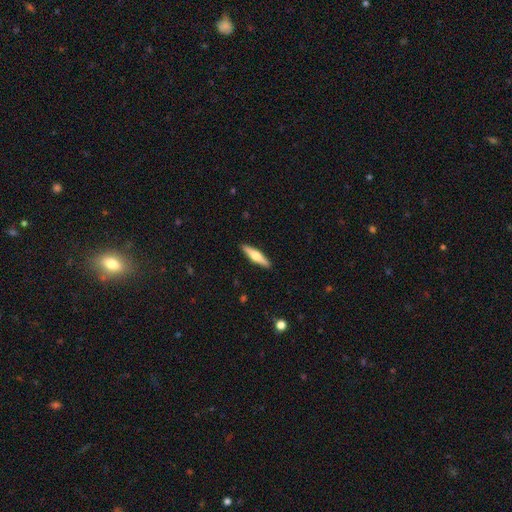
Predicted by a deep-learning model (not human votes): The model was most divided on "smooth or featured": featured or disk: 52%, smooth: 43%, star or artifact: 5%. More confident: edge-on disk — yes (95%); merging — none (91%).